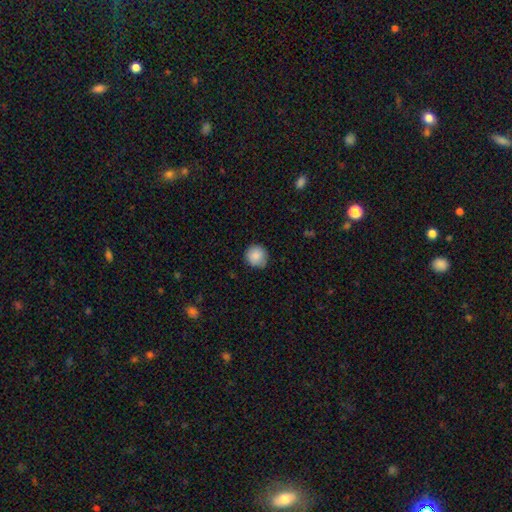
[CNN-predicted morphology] A smooth galaxy with no disk features (87%) that is round (94%).

Vote fractions:
- Smooth or featured? smooth: 87% / star or artifact: 8% / featured or disk: 5%
- How rounded? round: 94% / in between: 6% / cigar-shaped: 1%
- Merging? none: 83% / minor disturbance: 14% / major disturbance: 2% / merger: 1%